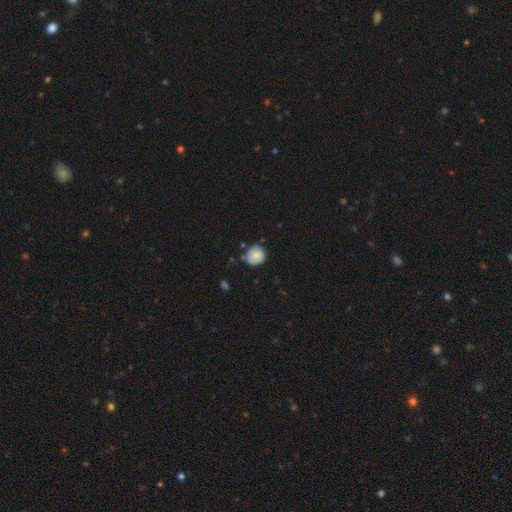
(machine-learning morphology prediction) A smooth galaxy with no disk features (81%) that is round (87%).

Vote fractions:
- Smooth or featured? smooth: 81% / featured or disk: 11% / star or artifact: 8%
- How rounded? round: 87% / in between: 12% / cigar-shaped: 1%
- Merging? none: 69% / minor disturbance: 22% / merger: 5% / major disturbance: 4%